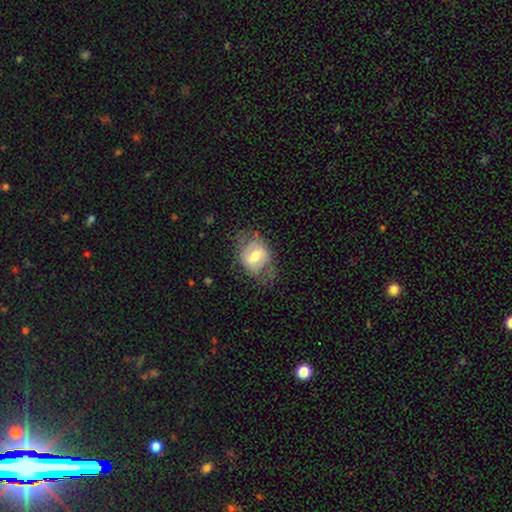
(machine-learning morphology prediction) This appears to be a smooth galaxy with no disk features (51%) that is in between round and cigar-shaped (59%). Merging: none (50%).